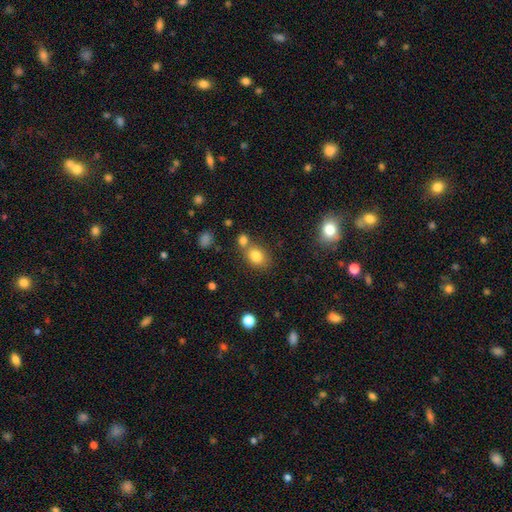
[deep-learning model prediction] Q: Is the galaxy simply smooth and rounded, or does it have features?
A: smooth — 81%.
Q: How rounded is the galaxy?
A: in between — 55%.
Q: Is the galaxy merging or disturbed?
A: none — 57%.